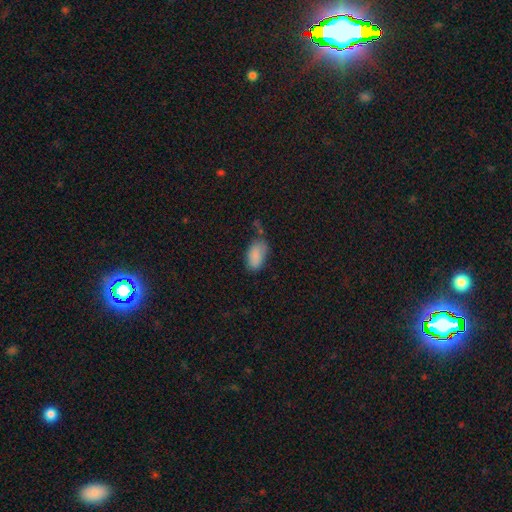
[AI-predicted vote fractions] This is clearly a smooth galaxy (87%). How rounded: clearly in between (93%). Merging: possibly none (56%).